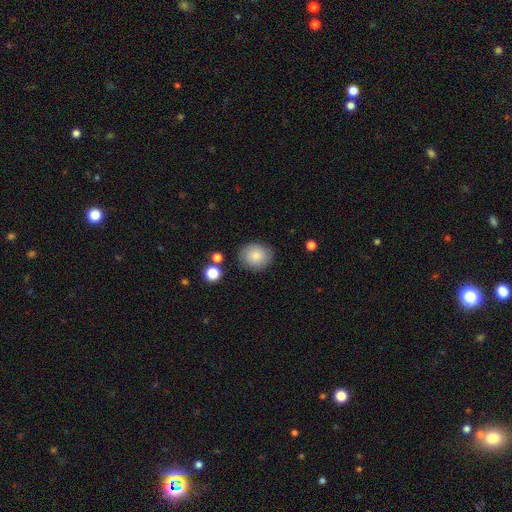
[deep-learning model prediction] Q: Smooth or featured?
A: smooth (83%); runner-up: featured or disk (9%)
Q: How rounded?
A: round (75%); runner-up: in between (24%)
Q: Merging?
A: none (82%); runner-up: minor disturbance (12%)